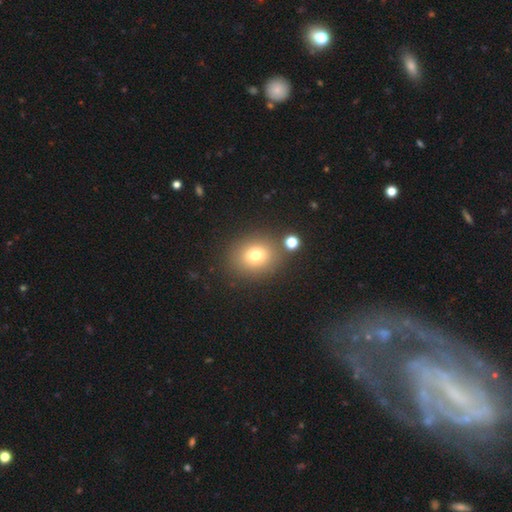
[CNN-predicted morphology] A smooth galaxy with no disk features (74%) that is round (68%). Merging: none (80%).